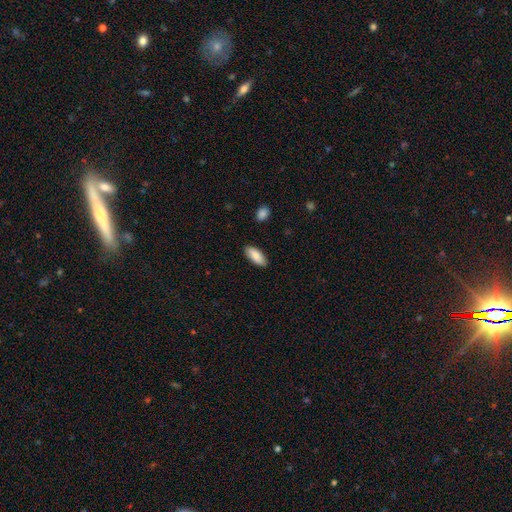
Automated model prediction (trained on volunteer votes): A smooth galaxy with no disk features (87%) that is in between round and cigar-shaped (84%).

Vote fractions:
- Smooth or featured? smooth: 87% / featured or disk: 7% / star or artifact: 6%
- How rounded? in between: 84% / cigar-shaped: 15% / round: 2%
- Merging? none: 88% / minor disturbance: 9% / major disturbance: 2% / merger: 1%